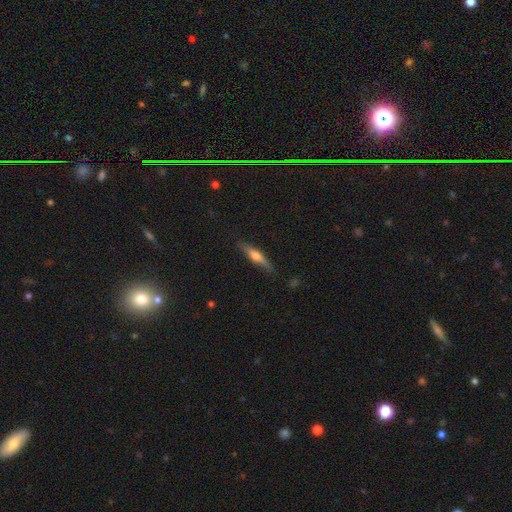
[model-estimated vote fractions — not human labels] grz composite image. It shows a featured or disk galaxy (51%) viewed edge-on (95%). Merging: none (85%).